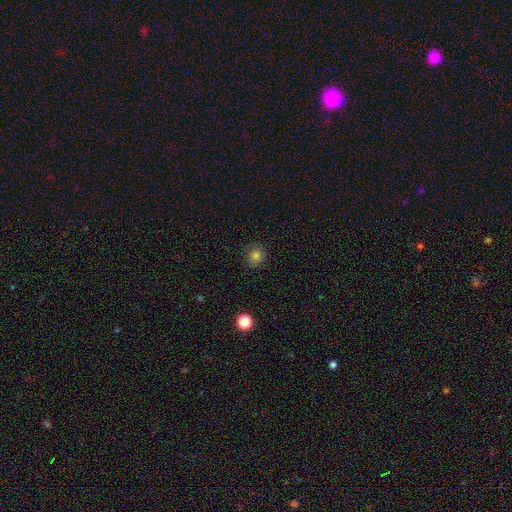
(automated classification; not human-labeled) Morphology: type=smooth (80%); roundness=round (85%); merging=none (88%).